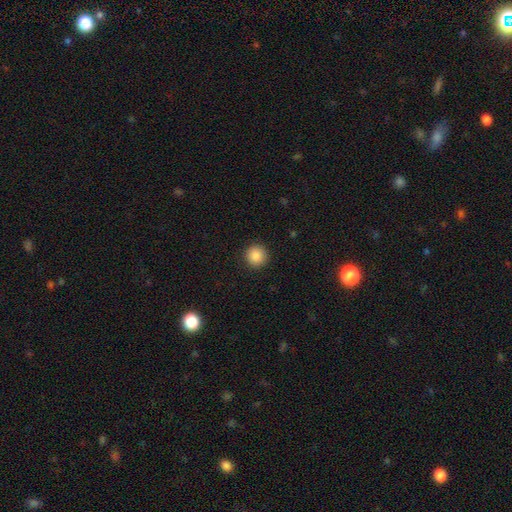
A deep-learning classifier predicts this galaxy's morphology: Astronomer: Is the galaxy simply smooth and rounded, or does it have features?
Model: smooth — 87%.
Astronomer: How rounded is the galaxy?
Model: round — 95%.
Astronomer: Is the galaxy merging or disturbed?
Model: none — 92%.